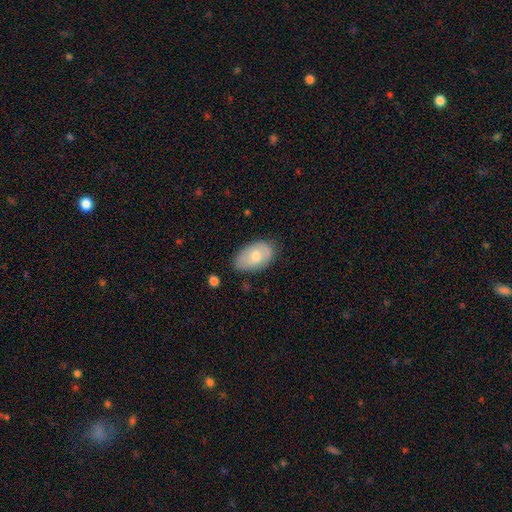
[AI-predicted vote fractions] This appears to be a smooth galaxy with no disk features (65%) that is in between round and cigar-shaped (91%). Merging: none (74%).